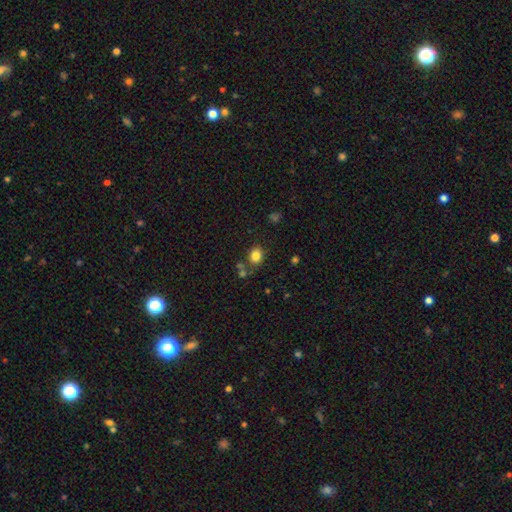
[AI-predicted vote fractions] smooth-or-featured: smooth: 83% | star or artifact: 11% | featured or disk: 6%
  how-rounded: round: 63% | in between: 36% | cigar-shaped: 1%
  merging: none: 74% | minor disturbance: 13% | merger: 9% | major disturbance: 4%